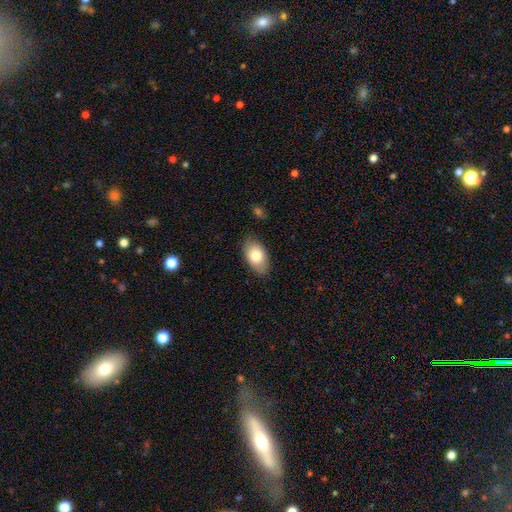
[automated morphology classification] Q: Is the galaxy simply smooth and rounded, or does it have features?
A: smooth — 81%.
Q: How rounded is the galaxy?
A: in between — 93%.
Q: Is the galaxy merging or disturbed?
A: none — 83%.